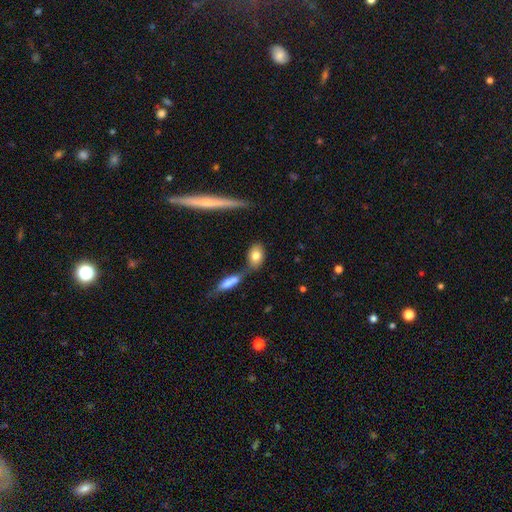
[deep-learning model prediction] smooth_or_featured: smooth (p=0.78) [alt: featured or disk p=0.15]
how_rounded: in between (p=0.76) [alt: round p=0.15]
merging: none (p=0.53) [alt: merger p=0.29]